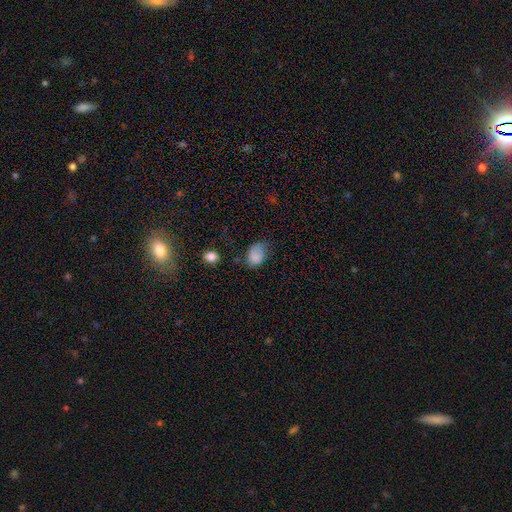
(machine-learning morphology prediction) Q: Smooth or featured?
A: smooth (79%); runner-up: featured or disk (11%)
Q: How rounded?
A: in between (76%); runner-up: round (23%)
Q: Merging?
A: none (39%); runner-up: minor disturbance (38%)